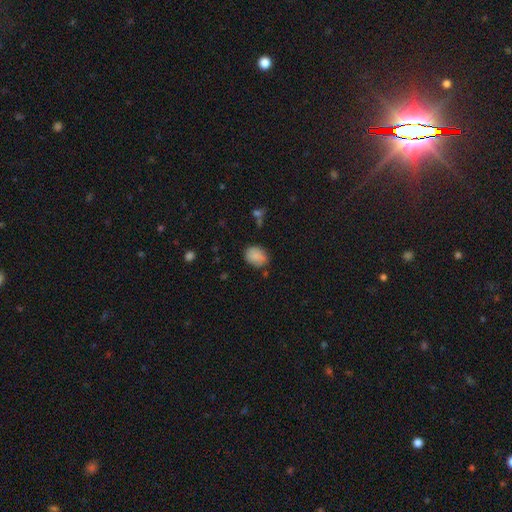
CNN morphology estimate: smooth-or-featured: smooth: 86% | star or artifact: 8% | featured or disk: 6%
  how-rounded: in between: 61% | round: 38% | cigar-shaped: 1%
  merging: none: 75% | minor disturbance: 18% | major disturbance: 4% | merger: 3%